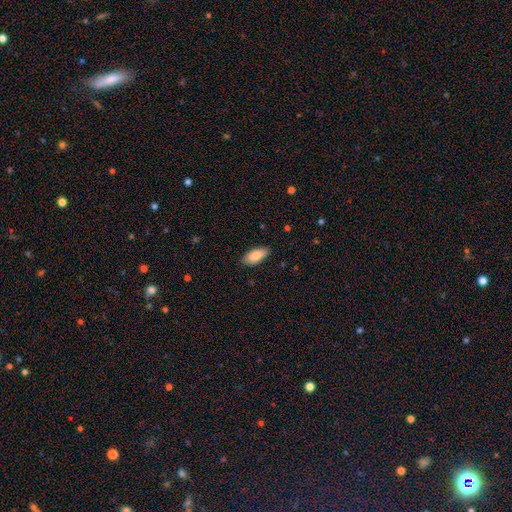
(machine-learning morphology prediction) This appears to be a smooth galaxy with no disk features (85%) that is in between round and cigar-shaped (88%). Merging: none (85%).